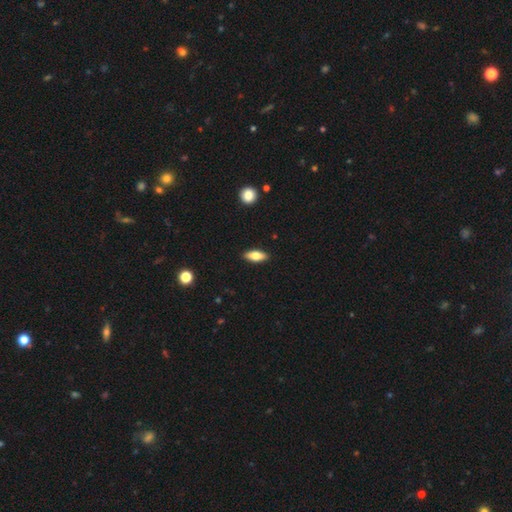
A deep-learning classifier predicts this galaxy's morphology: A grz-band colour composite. It shows a smooth galaxy with no disk features (69%) that is in between round and cigar-shaped (74%). Merging: none (90%).